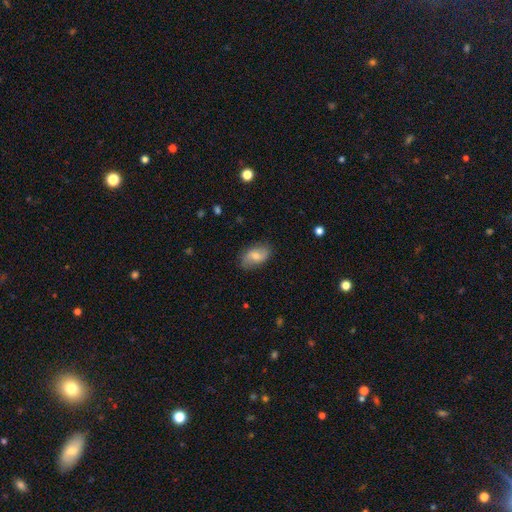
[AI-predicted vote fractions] Smooth or featured?
  - smooth: 51% *
  - featured or disk: 40%
  - star or artifact: 9%
How rounded?
  - in between: 90% *
  - round: 8%
  - cigar-shaped: 3%
Merging?
  - none: 81% *
  - minor disturbance: 14%
  - major disturbance: 3%
  - merger: 1%